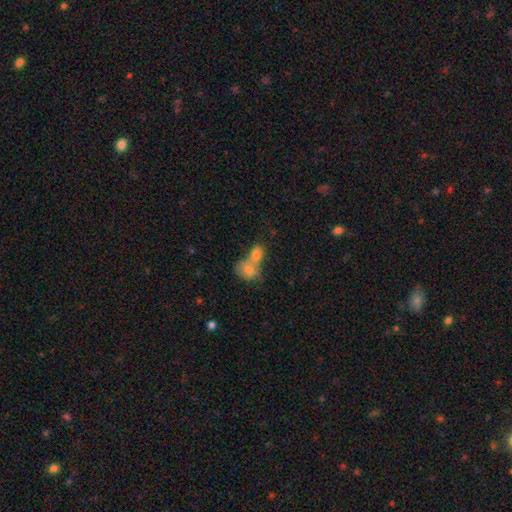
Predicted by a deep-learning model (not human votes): Smooth or featured: smooth — 74% (featured or disk — 14%)
How rounded: in between — 53% (round — 45%)
Merging: merger — 64% (none — 25%)